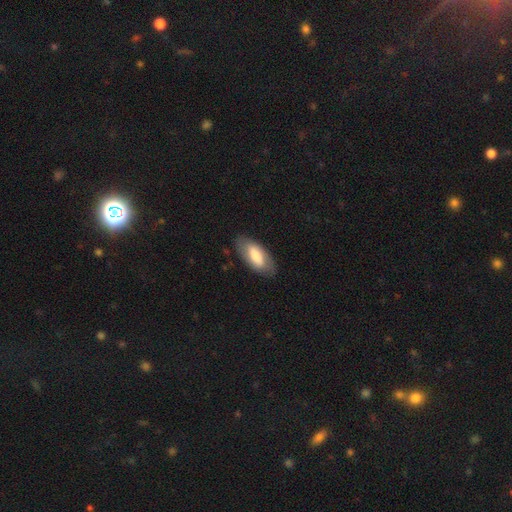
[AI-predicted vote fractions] Smooth or featured? smooth (65%)
How rounded? in between (87%)
Merging? none (81%)